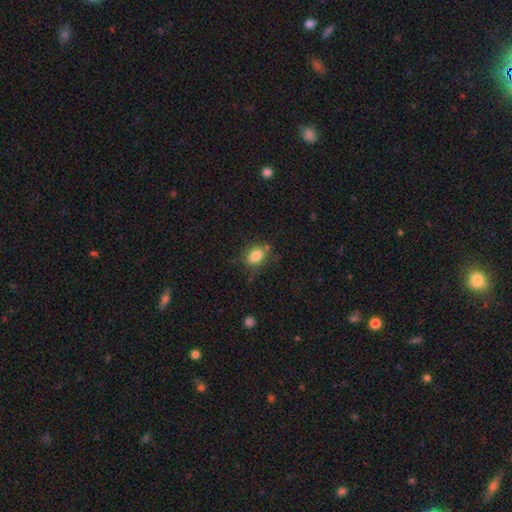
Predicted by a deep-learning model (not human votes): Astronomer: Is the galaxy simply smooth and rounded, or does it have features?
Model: smooth — 82%.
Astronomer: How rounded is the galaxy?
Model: in between — 69%.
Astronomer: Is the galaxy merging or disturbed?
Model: none — 69%.